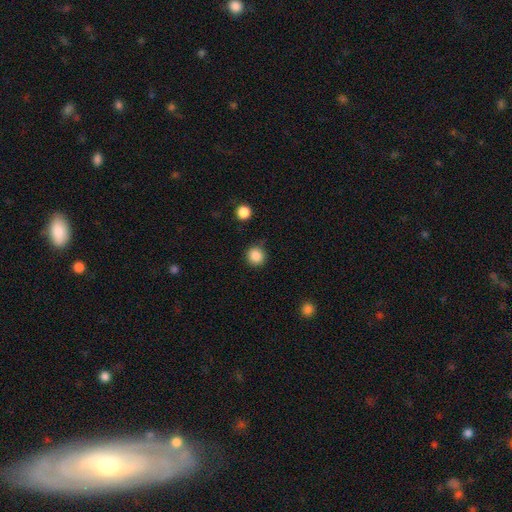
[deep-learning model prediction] smooth_or_featured: smooth (p=0.86) [alt: star or artifact p=0.10]
how_rounded: round (p=0.91) [alt: in between p=0.08]
merging: none (p=0.84) [alt: minor disturbance p=0.10]